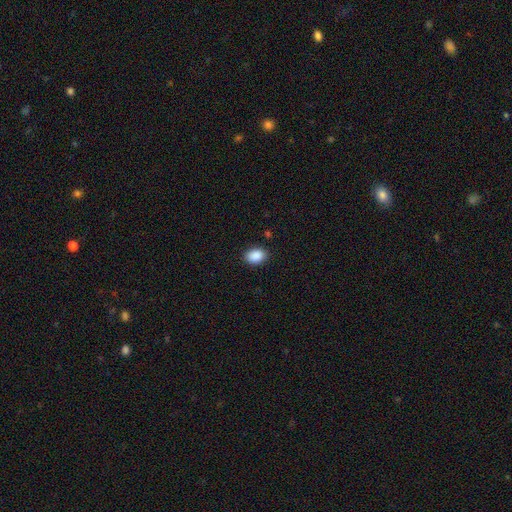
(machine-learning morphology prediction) The model was most divided on "how rounded": in between: 78%, round: 21%, cigar-shaped: 1%. More confident: smooth or featured — smooth (89%); merging — none (88%).